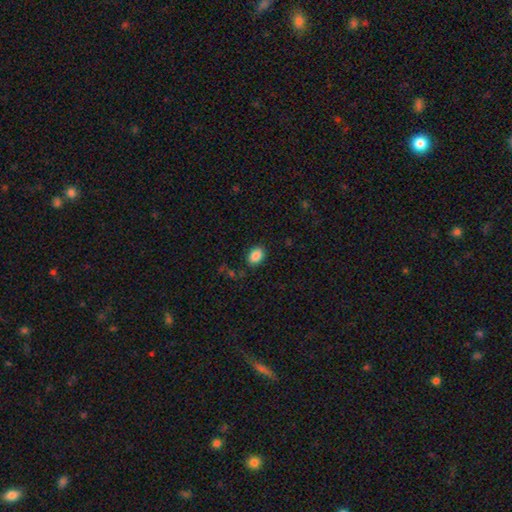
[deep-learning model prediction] Q: Smooth or featured?
A: smooth (87%); runner-up: star or artifact (8%)
Q: How rounded?
A: in between (79%); runner-up: round (20%)
Q: Merging?
A: none (86%); runner-up: minor disturbance (10%)